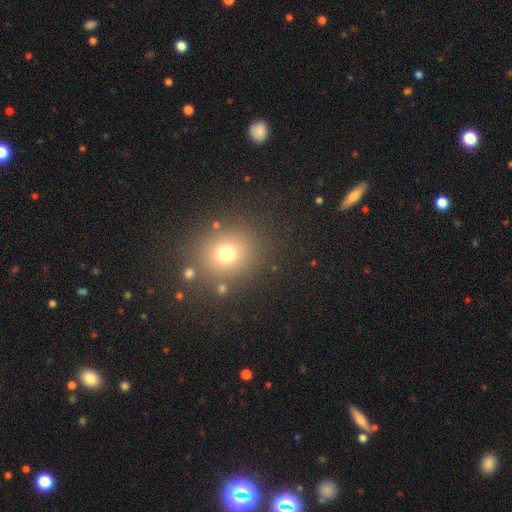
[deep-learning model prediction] Q: Smooth or featured?
A: smooth (65%); runner-up: star or artifact (26%)
Q: How rounded?
A: round (83%); runner-up: in between (16%)
Q: Merging?
A: none (86%); runner-up: minor disturbance (7%)